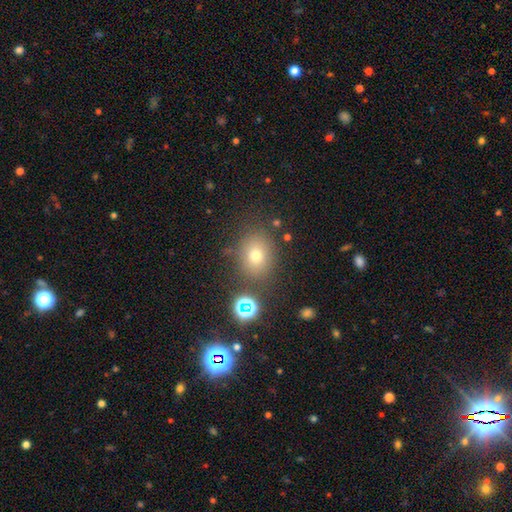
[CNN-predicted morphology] This is likely a smooth galaxy (69%). How rounded: possibly round (58%). Merging: likely none (78%).